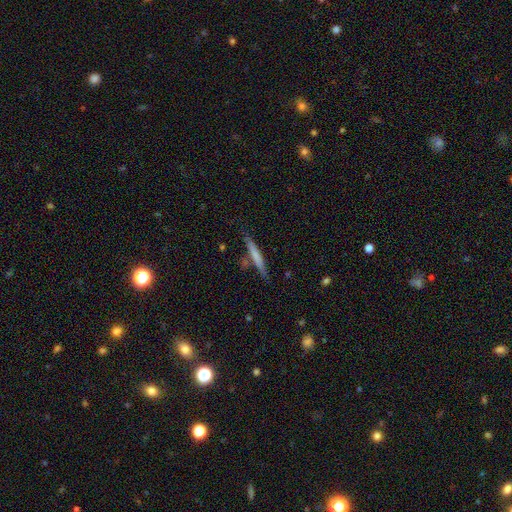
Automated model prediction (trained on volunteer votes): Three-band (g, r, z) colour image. It shows a smooth galaxy with no disk features (58%) that is cigar-shaped (95%). Merging: none (79%).